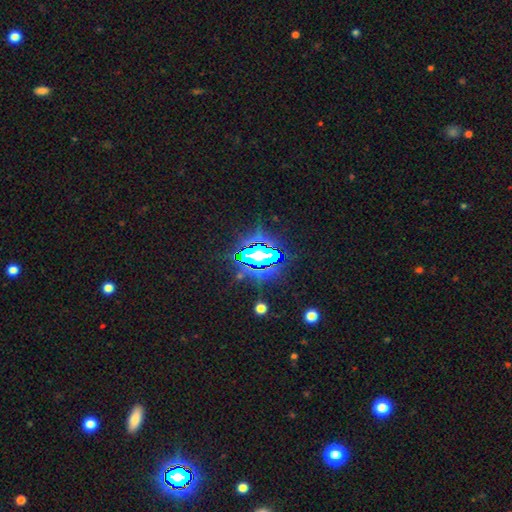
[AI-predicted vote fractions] Smooth or featured?
  - star or artifact: 81% *
  - smooth: 11%
  - featured or disk: 8%